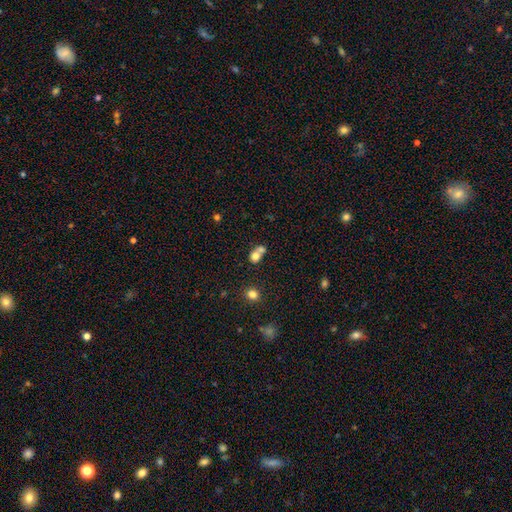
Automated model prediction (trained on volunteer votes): This is likely a smooth galaxy (74%). How rounded: likely round (66%). Merging: possibly merger (58%).